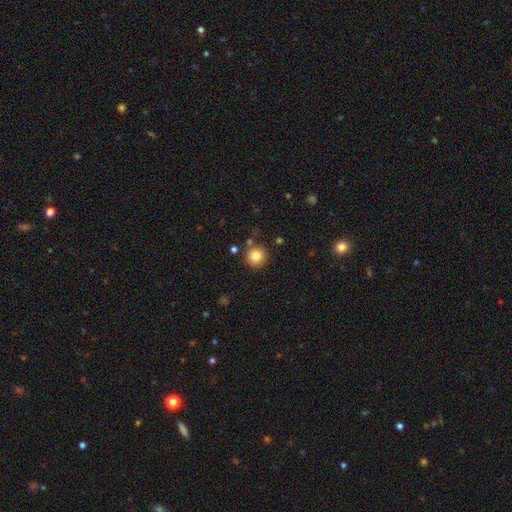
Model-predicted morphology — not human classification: The model was most divided on "merging": none: 82%, minor disturbance: 9%, merger: 6%, major disturbance: 3%. More confident: how rounded — round (93%); smooth or featured — smooth (84%).